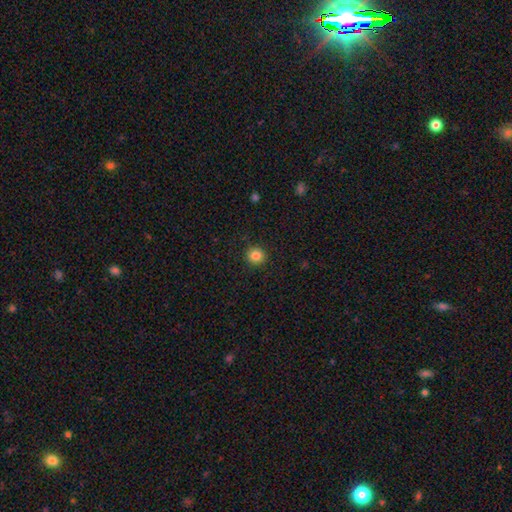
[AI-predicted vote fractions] Overall: smooth (84%). How rounded: round (93%). Merging: none (91%).